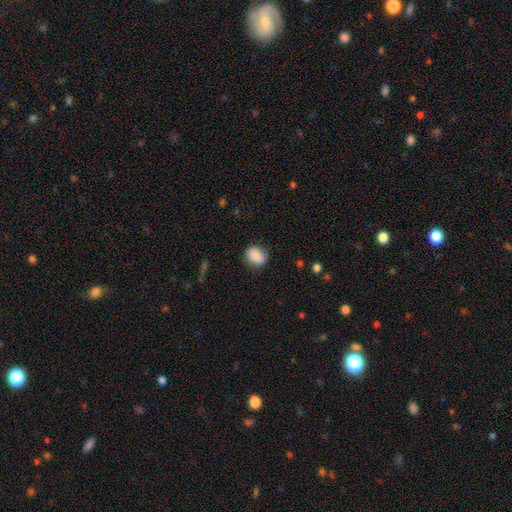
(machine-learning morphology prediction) smooth 82%, featured or disk 10%, star or artifact 8%. Down the decision tree: how rounded — round (56%); merging — none (75%).